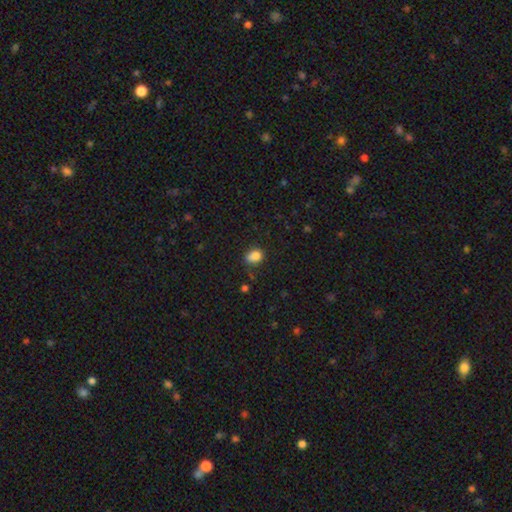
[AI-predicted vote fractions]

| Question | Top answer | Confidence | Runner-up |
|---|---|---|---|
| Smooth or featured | smooth | 84% | star or artifact (10%) |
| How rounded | in between | 64% | round (34%) |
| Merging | none | 62% | minor disturbance (26%) |